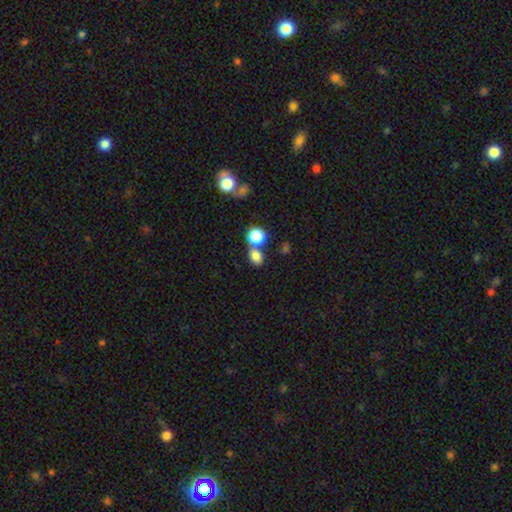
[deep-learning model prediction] This is likely a smooth galaxy (79%). How rounded: possibly round (50%). Merging: possibly none (56%).